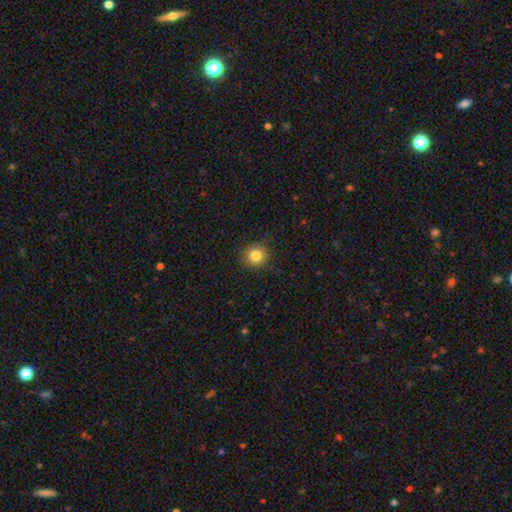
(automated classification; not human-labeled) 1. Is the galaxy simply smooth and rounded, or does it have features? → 82% smooth, 11% star or artifact, 6% featured or disk.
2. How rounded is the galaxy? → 89% round, 10% in between, 1% cigar-shaped.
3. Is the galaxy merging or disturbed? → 85% none, 12% minor disturbance, 3% major disturbance, 1% merger.